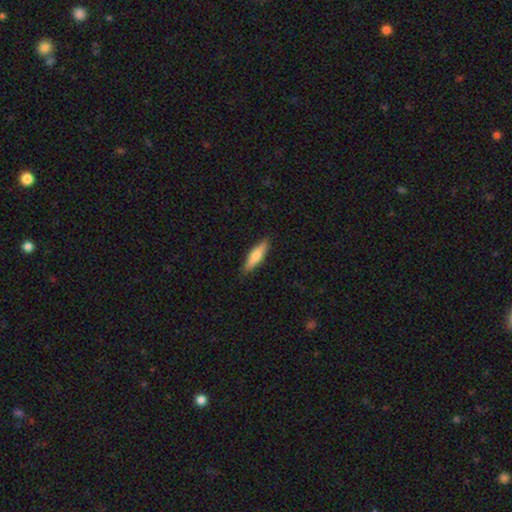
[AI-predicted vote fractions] Overall: smooth (74%). How rounded: cigar-shaped (69%; in between 30%). Merging: none (88%).